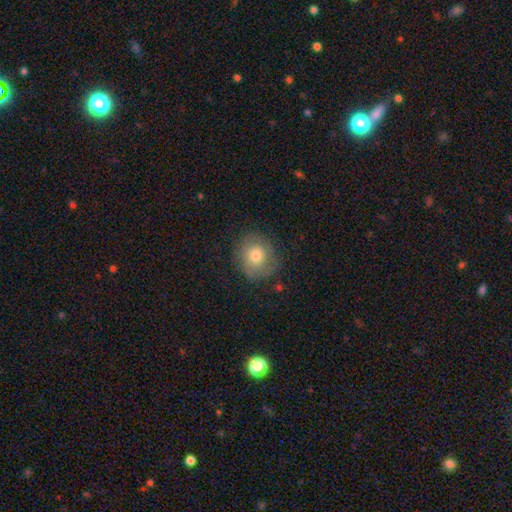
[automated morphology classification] smooth-or-featured: smooth: 58% | featured or disk: 34% | star or artifact: 9%
  how-rounded: round: 82% | in between: 17% | cigar-shaped: 1%
  merging: none: 75% | minor disturbance: 17% | major disturbance: 7% | merger: 1%